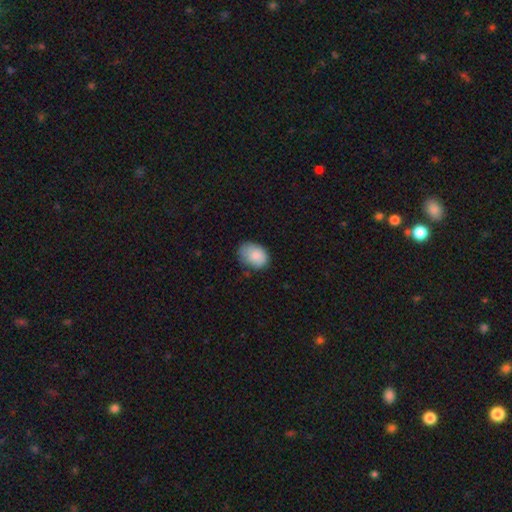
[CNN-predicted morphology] This is clearly a smooth galaxy (85%). How rounded: likely in between (78%). Merging: likely none (66%).